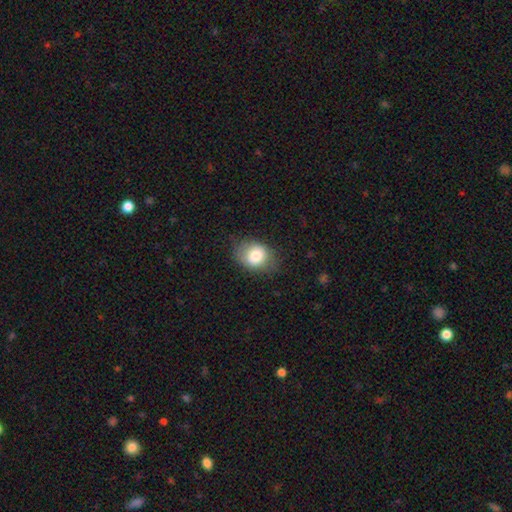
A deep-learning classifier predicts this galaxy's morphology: smooth-or-featured: smooth: 78% | featured or disk: 14% | star or artifact: 9%
  how-rounded: in between: 54% | round: 45% | cigar-shaped: 1%
  merging: none: 71% | minor disturbance: 21% | major disturbance: 7% | merger: 1%